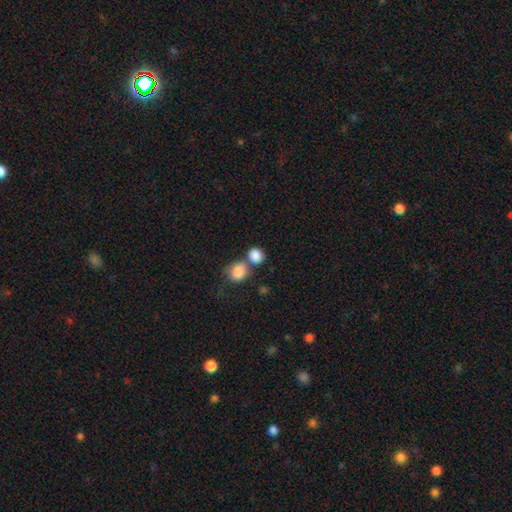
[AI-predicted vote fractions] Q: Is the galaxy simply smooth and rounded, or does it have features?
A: smooth — 86%.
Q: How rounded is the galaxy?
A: round — 76%.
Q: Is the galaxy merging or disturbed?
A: merger — 44%.